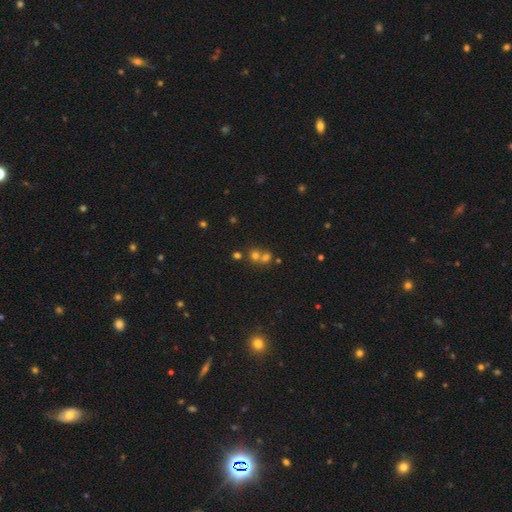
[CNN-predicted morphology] Overall: smooth (61%; star or artifact 25%). How rounded: round (83%). Merging: merger (50%; none 42%).